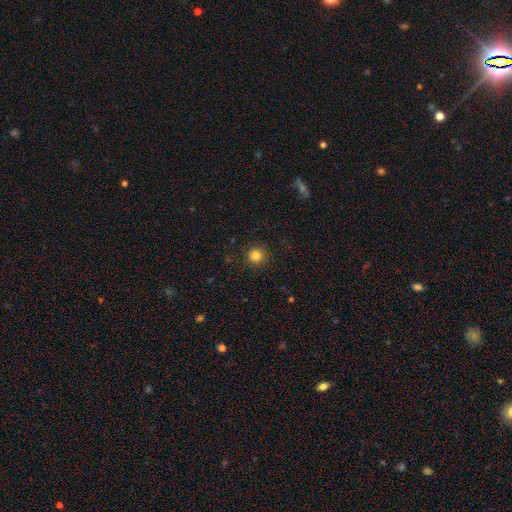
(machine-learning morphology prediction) A smooth galaxy with no disk features (83%) that is round (94%).

Vote fractions:
- Smooth or featured? smooth: 83% / star or artifact: 12% / featured or disk: 5%
- How rounded? round: 94% / in between: 5% / cigar-shaped: 1%
- Merging? none: 91% / minor disturbance: 6% / major disturbance: 2% / merger: 1%